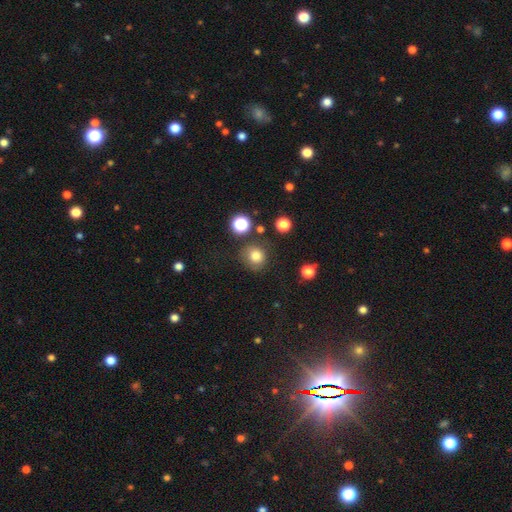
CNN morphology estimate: This appears to be a smooth galaxy with no disk features (79%) that is round (88%). Merging: none (76%).